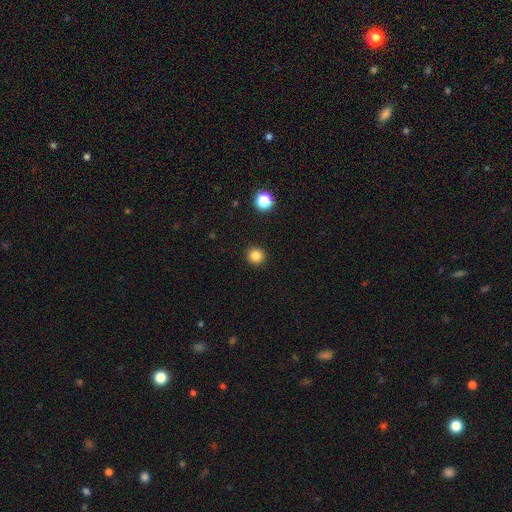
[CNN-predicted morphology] This is clearly a smooth galaxy (84%). How rounded: clearly round (94%). Merging: clearly none (93%).